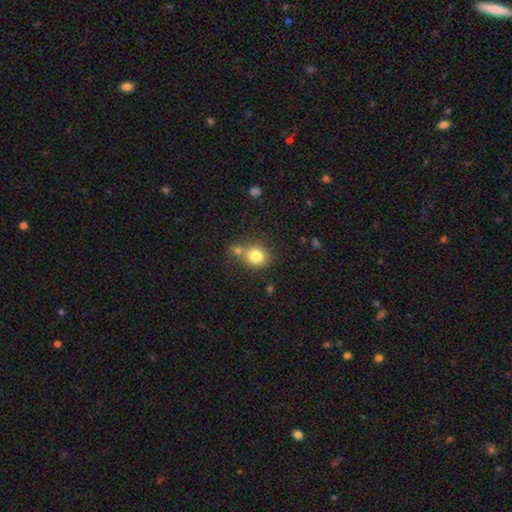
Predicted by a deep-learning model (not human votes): Q: Smooth or featured?
A: smooth (80%); runner-up: star or artifact (11%)
Q: How rounded?
A: round (79%); runner-up: in between (20%)
Q: Merging?
A: none (55%); runner-up: merger (29%)